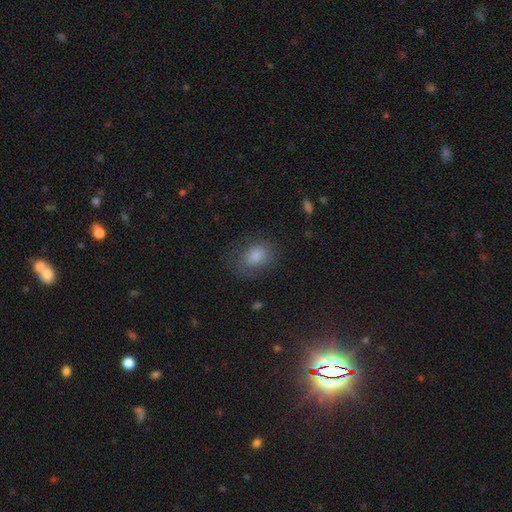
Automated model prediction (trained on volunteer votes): The model was most divided on "how rounded": in between: 64%, round: 35%, cigar-shaped: 1%. More confident: merging — none (72%); smooth or featured — smooth (63%).